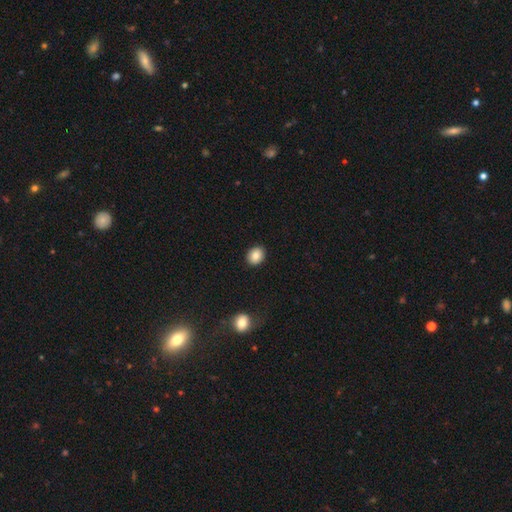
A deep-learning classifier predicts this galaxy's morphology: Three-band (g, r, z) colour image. It shows a smooth galaxy with no disk features (85%) that is round (59%). Merging: none (91%).